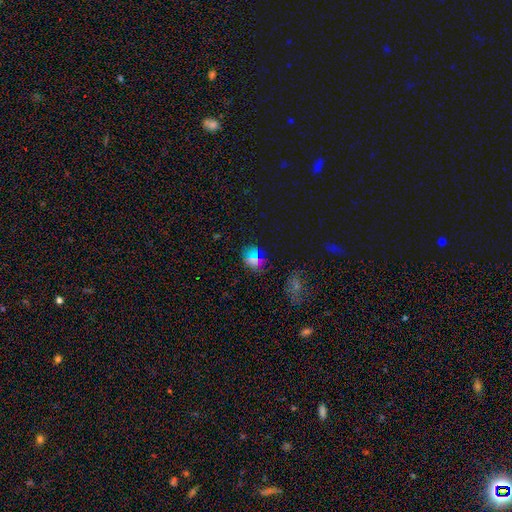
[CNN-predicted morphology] Overall: smooth (55%; star or artifact 37%). How rounded: round (48%, tied with in between). Merging: none (79%).